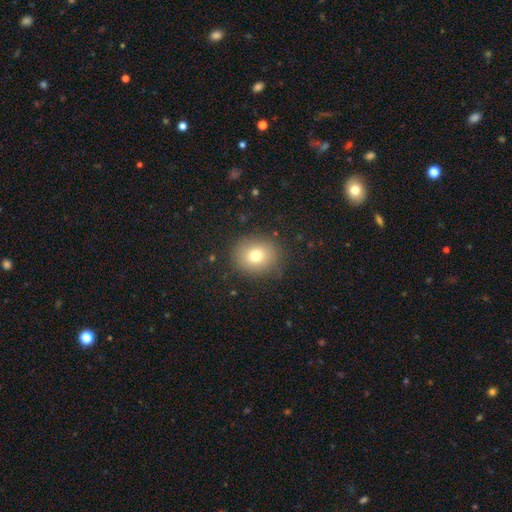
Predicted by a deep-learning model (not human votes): The model was most divided on "how rounded": round: 69%, in between: 30%, cigar-shaped: 1%. More confident: merging — none (85%); smooth or featured — smooth (76%).